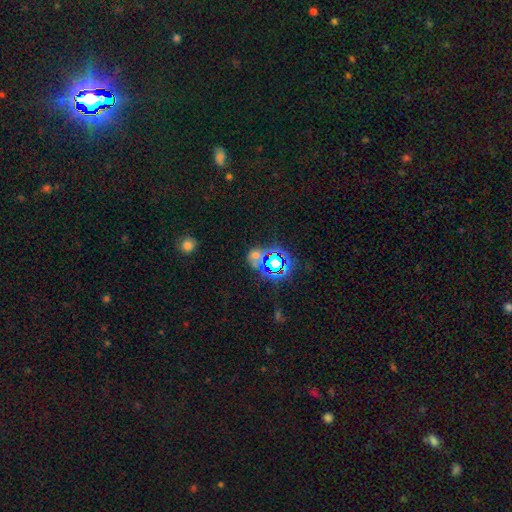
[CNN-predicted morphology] Smooth or featured? star or artifact (54%)